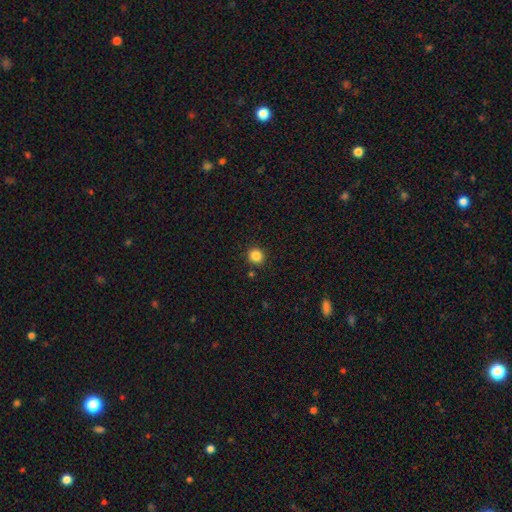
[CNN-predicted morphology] type=smooth (85%); roundness=round (90%); merging=none (89%).